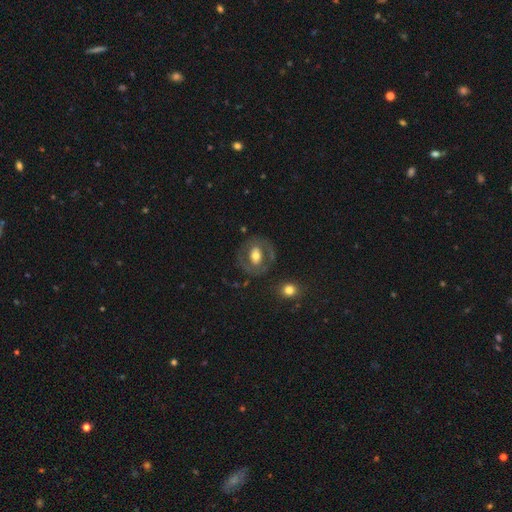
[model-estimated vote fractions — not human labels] A featured or disk galaxy (52%).

Vote fractions:
- Smooth or featured? featured or disk: 52% / smooth: 41% / star or artifact: 7%
- Edge-on disk? no: 94% / yes: 6%
- Merging? none: 73% / minor disturbance: 14% / major disturbance: 10% / merger: 2%